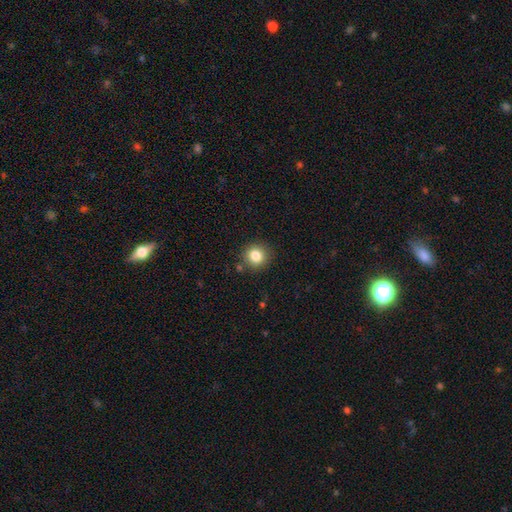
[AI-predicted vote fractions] The model was most divided on "smooth or featured": smooth: 83%, star or artifact: 11%, featured or disk: 6%. More confident: how rounded — round (88%); merging — none (86%).